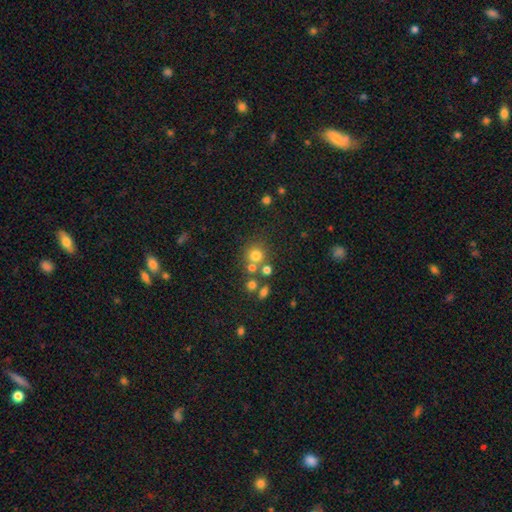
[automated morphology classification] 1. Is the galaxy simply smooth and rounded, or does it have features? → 72% smooth, 18% star or artifact, 10% featured or disk.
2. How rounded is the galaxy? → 89% round, 10% in between, 1% cigar-shaped.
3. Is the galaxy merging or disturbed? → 65% none, 21% merger, 9% minor disturbance, 5% major disturbance.